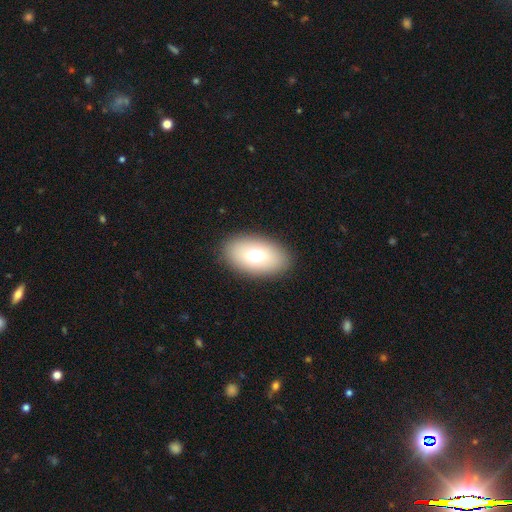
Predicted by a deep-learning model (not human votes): smooth_or_featured: smooth (p=0.71) [alt: featured or disk p=0.19]
how_rounded: in between (p=0.90) [alt: round p=0.09]
merging: none (p=0.88) [alt: minor disturbance p=0.08]